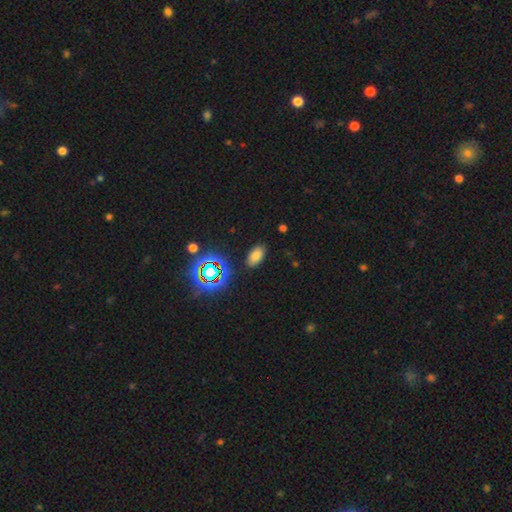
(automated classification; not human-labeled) Smooth or featured? Predicted: smooth (p=0.72). How rounded? Predicted: in between (p=0.92). Merging? Predicted: none (p=0.86).